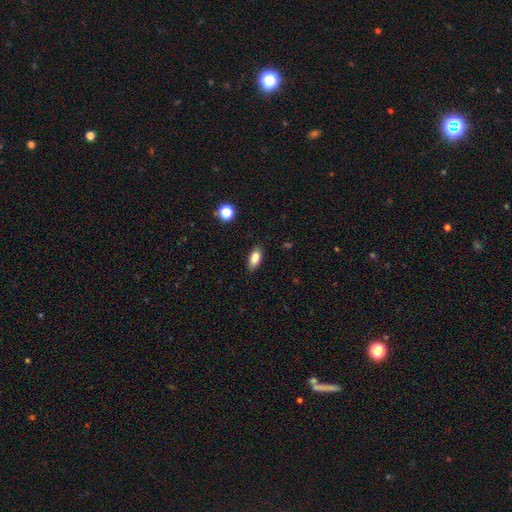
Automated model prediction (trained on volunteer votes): A smooth galaxy with no disk features (84%) that is in between round and cigar-shaped (86%).

Vote fractions:
- Smooth or featured? smooth: 84% / star or artifact: 9% / featured or disk: 7%
- How rounded? in between: 86% / cigar-shaped: 9% / round: 5%
- Merging? none: 85% / minor disturbance: 11% / major disturbance: 2% / merger: 1%